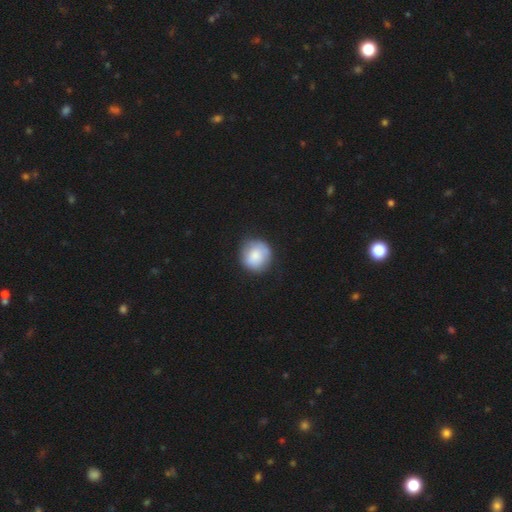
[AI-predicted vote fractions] smooth 79%, featured or disk 14%, star or artifact 7%. Down the decision tree: how rounded — round (88%); merging — none (76%).